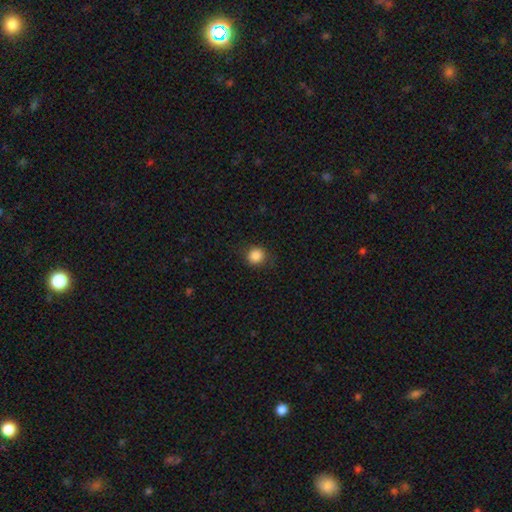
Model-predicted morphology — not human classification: Smooth or featured? smooth (87%)
How rounded? round (87%)
Merging? none (84%)